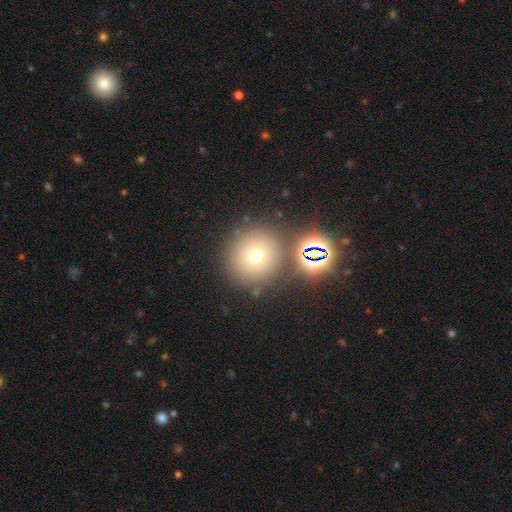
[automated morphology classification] Overall: smooth (67%). How rounded: round (94%). Merging: none (80%).